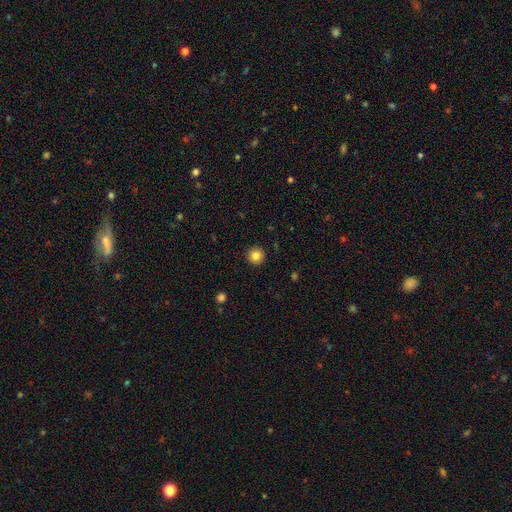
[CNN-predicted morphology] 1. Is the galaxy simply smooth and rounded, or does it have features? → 84% smooth, 10% star or artifact, 6% featured or disk.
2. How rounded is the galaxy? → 95% round, 4% in between, 1% cigar-shaped.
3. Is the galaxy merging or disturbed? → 93% none, 5% minor disturbance, 2% major disturbance, 1% merger.